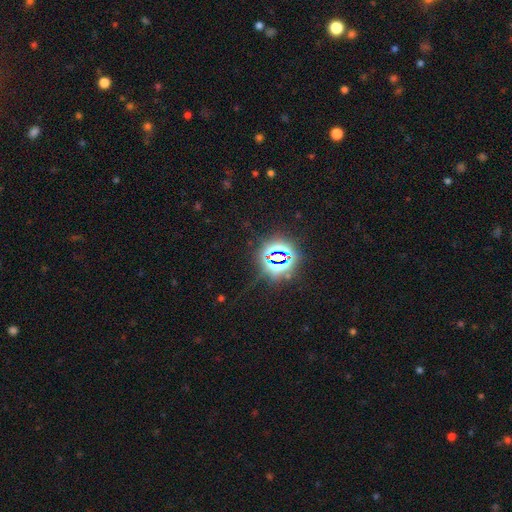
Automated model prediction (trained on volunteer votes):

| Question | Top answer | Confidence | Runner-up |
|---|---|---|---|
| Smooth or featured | star or artifact | 84% | smooth (11%) |